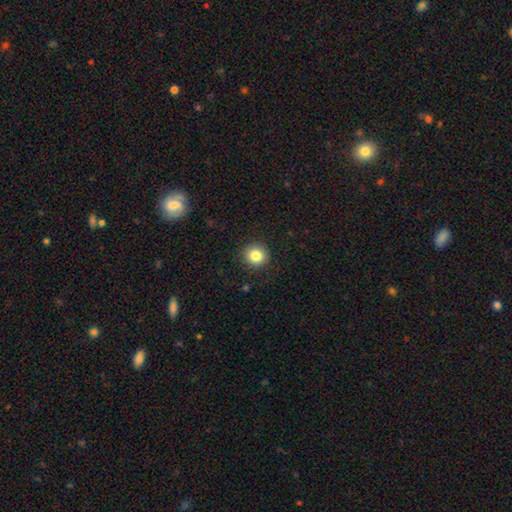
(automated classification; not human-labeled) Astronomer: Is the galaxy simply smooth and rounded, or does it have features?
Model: smooth — 84%.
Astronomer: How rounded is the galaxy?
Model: round — 92%.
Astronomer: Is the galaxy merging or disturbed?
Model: none — 91%.